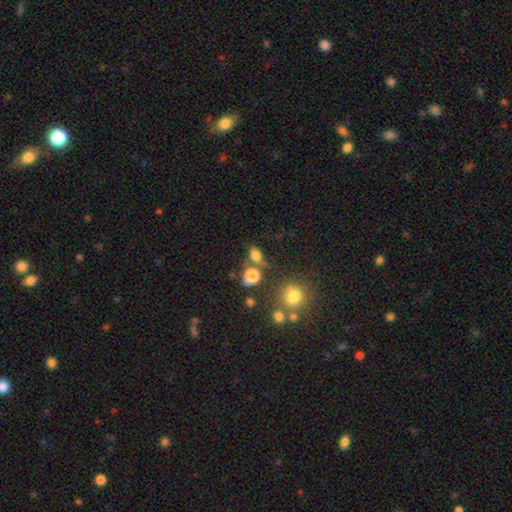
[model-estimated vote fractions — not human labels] A smooth galaxy with no disk features (74%) that is in between round and cigar-shaped (64%).

Vote fractions:
- Smooth or featured? smooth: 74% / star or artifact: 17% / featured or disk: 9%
- How rounded? in between: 64% / round: 33% / cigar-shaped: 3%
- Merging? none: 56% / merger: 19% / minor disturbance: 16% / major disturbance: 8%